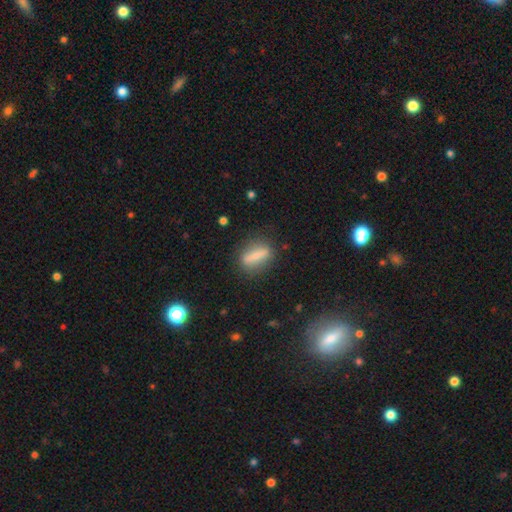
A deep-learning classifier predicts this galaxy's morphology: smooth-or-featured: smooth: 68% | featured or disk: 23% | star or artifact: 9%
  how-rounded: cigar-shaped: 55% | in between: 37% | round: 8%
  merging: none: 80% | minor disturbance: 12% | major disturbance: 5% | merger: 3%